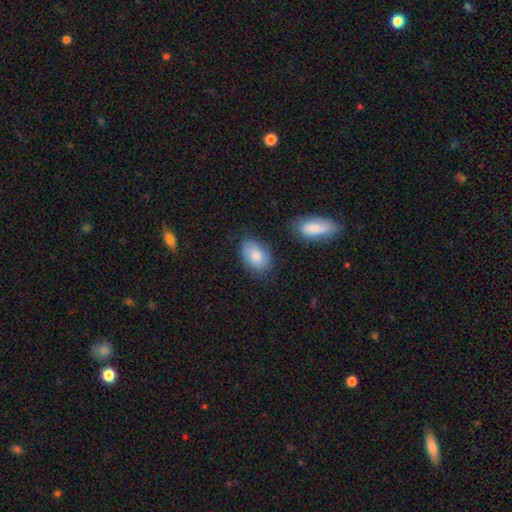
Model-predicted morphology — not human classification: Smooth or featured? smooth (81%)
How rounded? in between (88%)
Merging? none (70%)